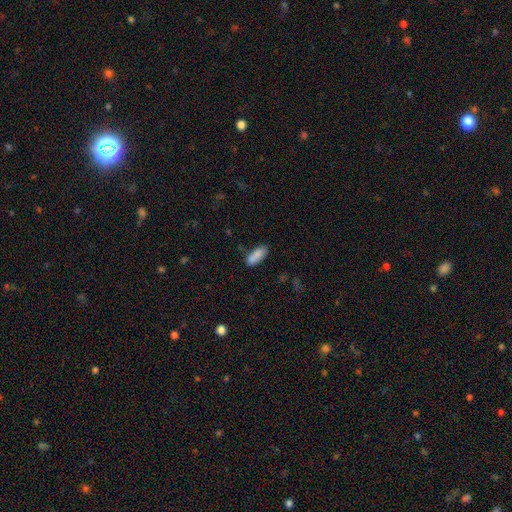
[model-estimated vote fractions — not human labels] This appears to be a smooth galaxy with no disk features (82%) that is in between round and cigar-shaped (76%). Merging: none (60%).